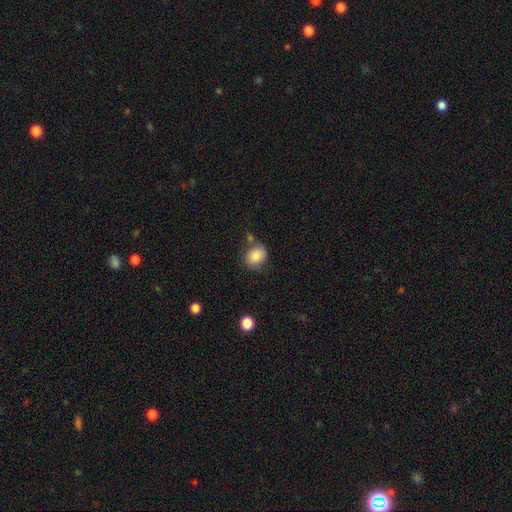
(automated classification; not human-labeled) A smooth galaxy with no disk features (79%) that is round (60%). Merging: none (61%).